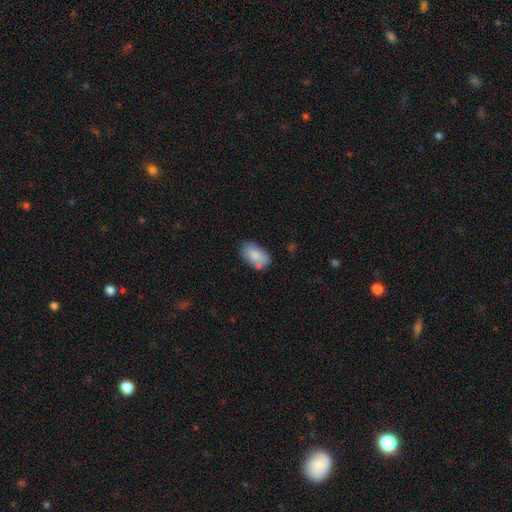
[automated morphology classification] A smooth galaxy with no disk features (82%) that is in between round and cigar-shaped (92%).

Vote fractions:
- Smooth or featured? smooth: 82% / featured or disk: 12% / star or artifact: 7%
- How rounded? in between: 92% / round: 6% / cigar-shaped: 2%
- Merging? none: 65% / minor disturbance: 21% / merger: 9% / major disturbance: 5%